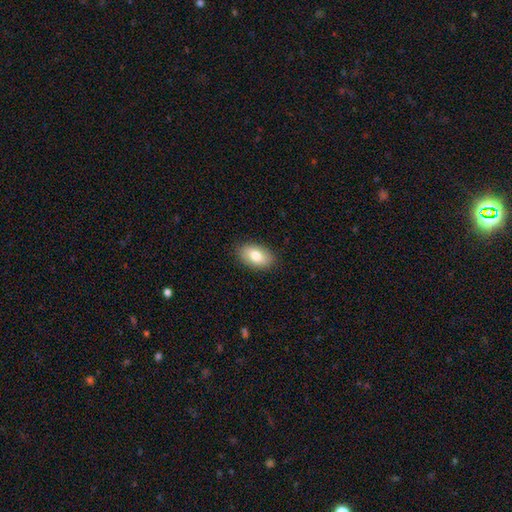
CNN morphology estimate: smooth-or-featured: smooth: 79% | featured or disk: 14% | star or artifact: 7%
  how-rounded: in between: 92% | round: 7% | cigar-shaped: 2%
  merging: none: 87% | minor disturbance: 9% | major disturbance: 2% | merger: 1%